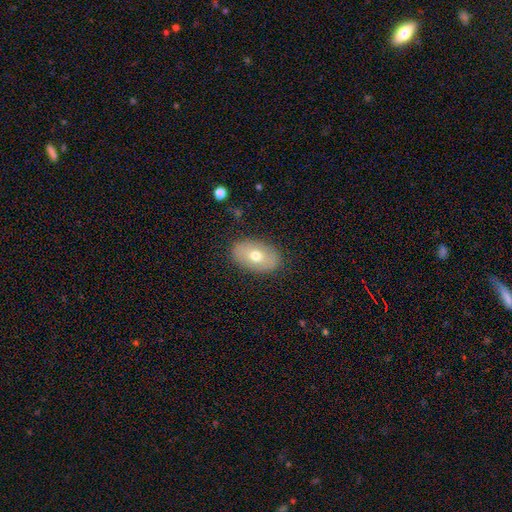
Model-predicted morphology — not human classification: smooth-or-featured: smooth: 62% | featured or disk: 30% | star or artifact: 7%
  how-rounded: in between: 89% | round: 9% | cigar-shaped: 1%
  merging: none: 86% | minor disturbance: 10% | major disturbance: 3% | merger: 1%